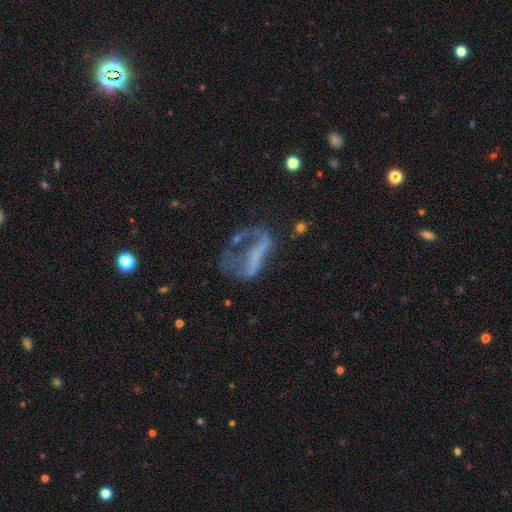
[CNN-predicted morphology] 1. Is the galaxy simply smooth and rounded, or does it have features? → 55% featured or disk, 28% smooth, 17% star or artifact.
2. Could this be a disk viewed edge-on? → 93% no, 7% yes.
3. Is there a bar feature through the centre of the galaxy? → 72% no, 15% weak, 14% strong.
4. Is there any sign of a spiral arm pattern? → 76% no, 24% yes.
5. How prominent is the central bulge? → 77% none, 11% small, 7% moderate, 4% large, 2% dominant.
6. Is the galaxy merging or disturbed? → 53% major disturbance, 24% none, 14% minor disturbance, 9% merger.